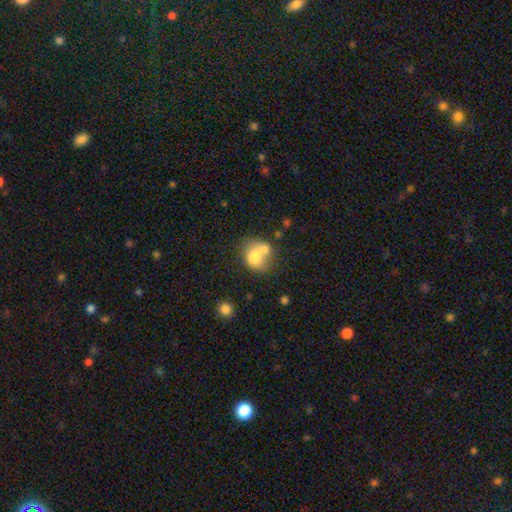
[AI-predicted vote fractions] Smooth or featured?
  - smooth: 69% *
  - featured or disk: 22%
  - star or artifact: 9%
How rounded?
  - round: 61% *
  - in between: 38%
  - cigar-shaped: 1%
Merging?
  - merger: 57% *
  - none: 26%
  - minor disturbance: 11%
  - major disturbance: 6%